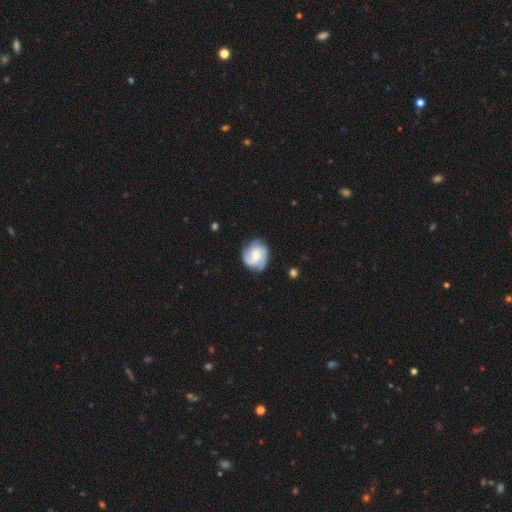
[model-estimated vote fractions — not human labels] This appears to be a featured or disk galaxy (72%) with no bar (62%), 3 (54%) tight (43%, tied with medium) spiral arms (95%) and a moderate central bulge (49%). Merging: none (73%).